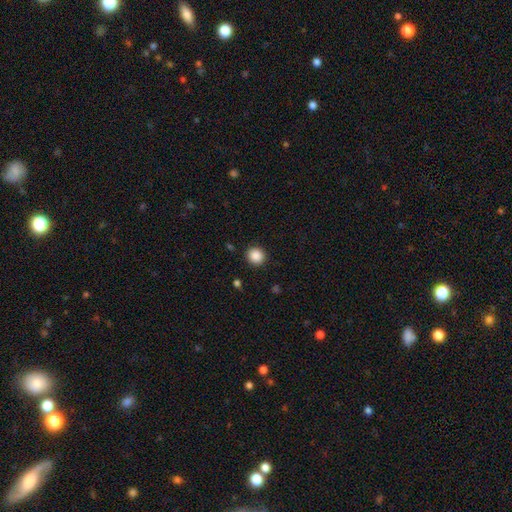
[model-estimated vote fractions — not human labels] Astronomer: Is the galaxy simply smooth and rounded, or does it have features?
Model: smooth — 88%.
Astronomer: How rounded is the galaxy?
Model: round — 90%.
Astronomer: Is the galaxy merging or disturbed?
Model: none — 90%.